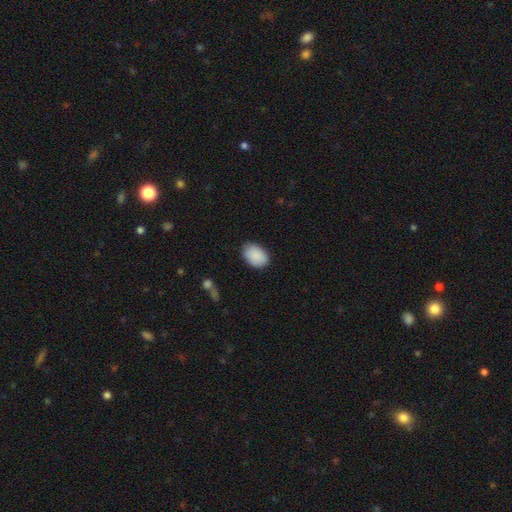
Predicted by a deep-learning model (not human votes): This appears to be a smooth galaxy with no disk features (90%) that is in between round and cigar-shaped (85%). Merging: none (79%).